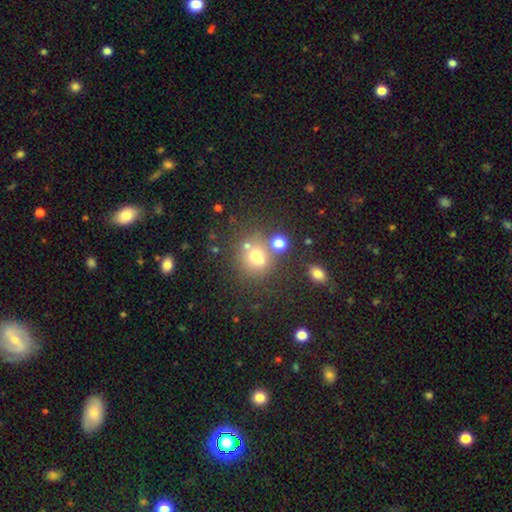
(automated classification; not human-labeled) Smooth or featured?
  - smooth: 61% *
  - featured or disk: 20%
  - star or artifact: 19%
How rounded?
  - round: 78% *
  - in between: 21%
  - cigar-shaped: 1%
Merging?
  - none: 50% *
  - merger: 33%
  - minor disturbance: 11%
  - major disturbance: 6%